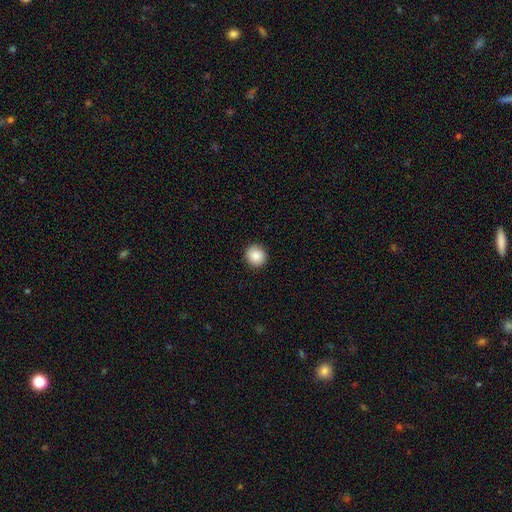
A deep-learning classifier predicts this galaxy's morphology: The model was most divided on "how rounded": round: 89%, in between: 10%, cigar-shaped: 1%. More confident: merging — none (91%); smooth or featured — smooth (88%).